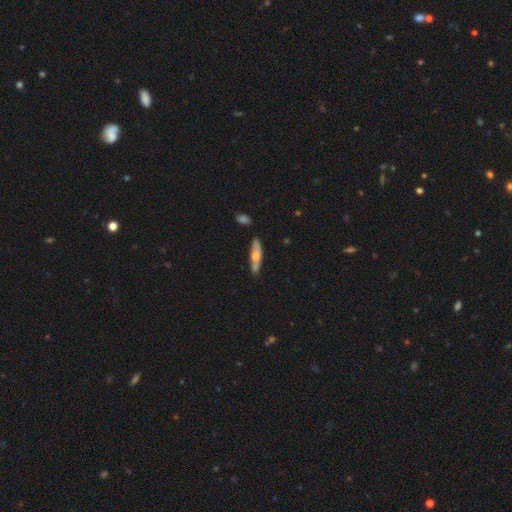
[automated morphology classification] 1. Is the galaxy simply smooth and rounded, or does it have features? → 47% featured or disk, 46% smooth, 6% star or artifact.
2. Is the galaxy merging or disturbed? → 72% none, 17% minor disturbance, 8% merger, 4% major disturbance.